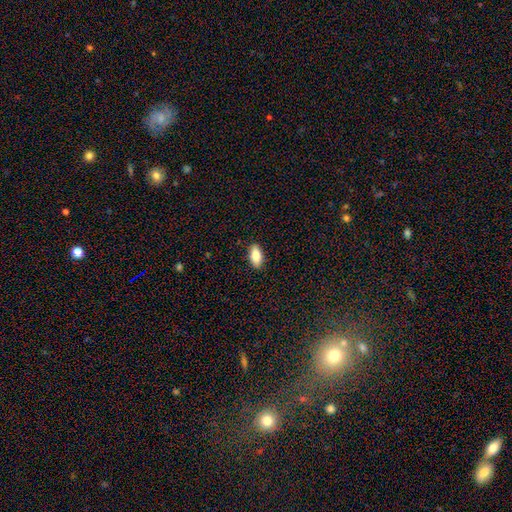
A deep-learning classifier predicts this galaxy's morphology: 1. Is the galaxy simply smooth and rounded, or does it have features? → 81% smooth, 12% featured or disk, 7% star or artifact.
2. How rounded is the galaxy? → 90% in between, 7% cigar-shaped, 3% round.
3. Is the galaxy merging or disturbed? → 89% none, 8% minor disturbance, 2% major disturbance, 1% merger.